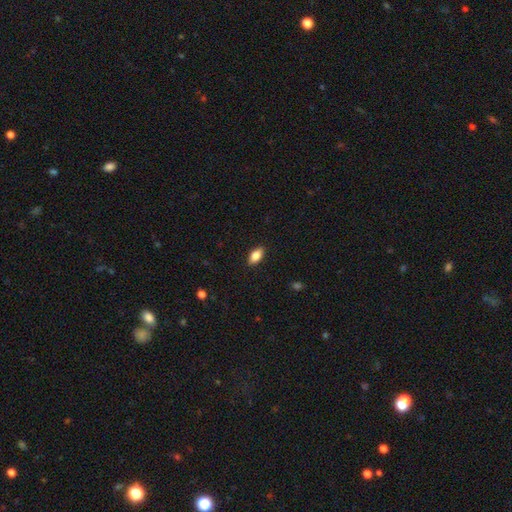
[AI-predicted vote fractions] The model was most divided on "smooth or featured": smooth: 80%, featured or disk: 12%, star or artifact: 7%. More confident: how rounded — in between (90%); merging — none (89%).